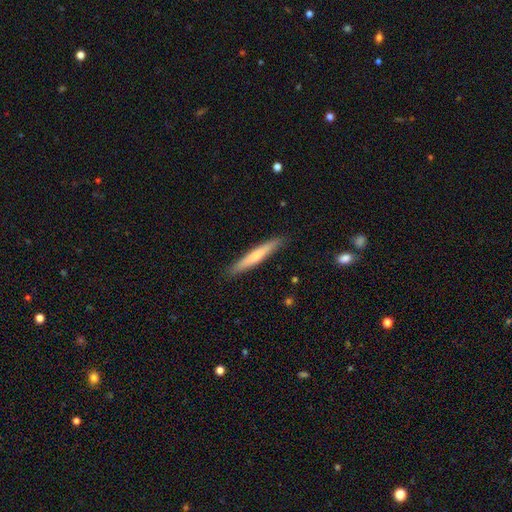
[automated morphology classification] type=smooth (59%); roundness=cigar-shaped (94%); merging=none (90%).